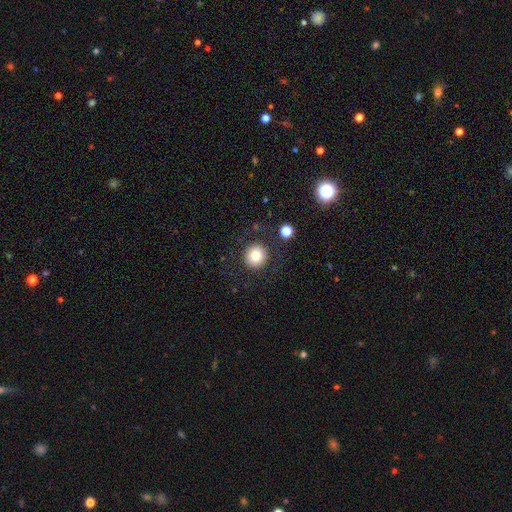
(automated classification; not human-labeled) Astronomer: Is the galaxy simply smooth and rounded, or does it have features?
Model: smooth — 84%.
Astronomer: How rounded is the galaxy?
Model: round — 93%.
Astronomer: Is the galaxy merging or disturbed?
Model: none — 85%.